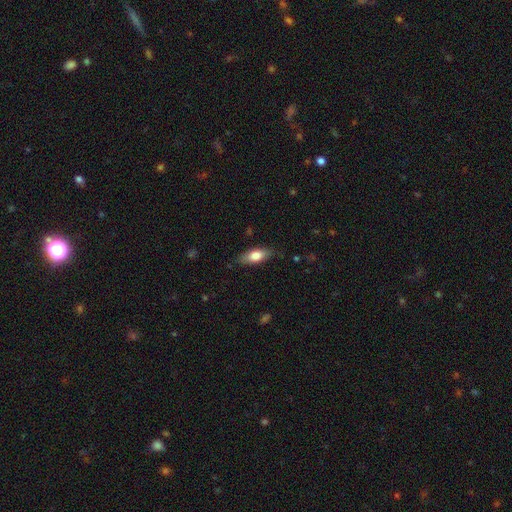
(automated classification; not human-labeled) This appears to be a smooth galaxy with no disk features (74%) that is in between round and cigar-shaped (76%). Merging: none (81%).